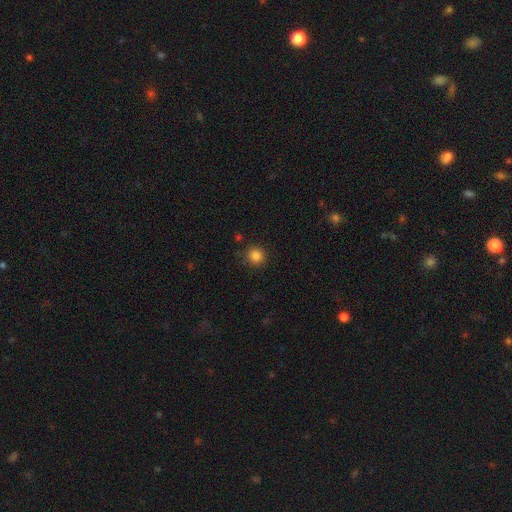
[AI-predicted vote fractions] This is clearly a smooth galaxy (85%). How rounded: clearly round (93%). Merging: clearly none (88%).